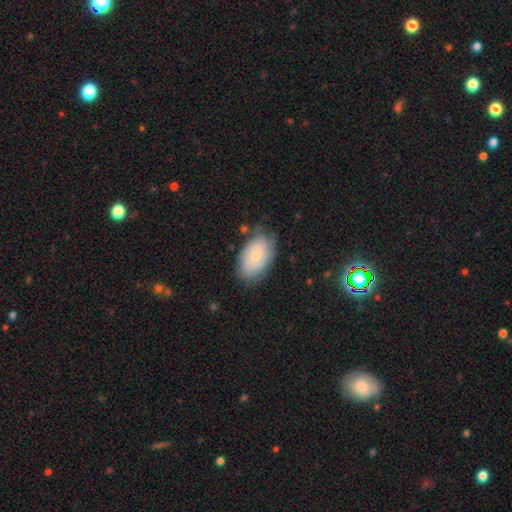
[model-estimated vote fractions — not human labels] Smooth or featured? Predicted: smooth (p=0.52). How rounded? Predicted: in between (p=0.90). Merging? Predicted: none (p=0.71).